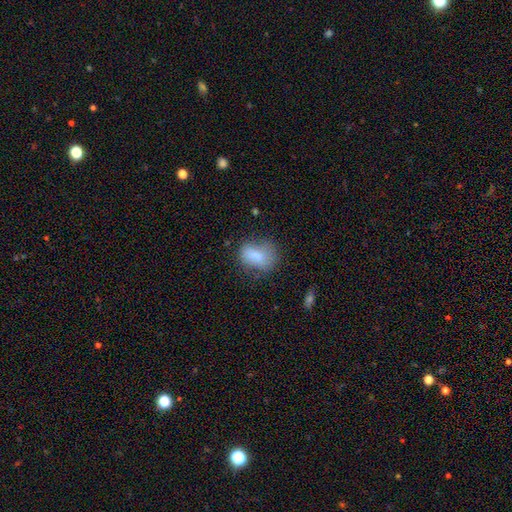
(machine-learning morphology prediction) Smooth or featured: smooth — 78% (featured or disk — 13%)
How rounded: in between — 77% (round — 21%)
Merging: none — 53% (minor disturbance — 29%)